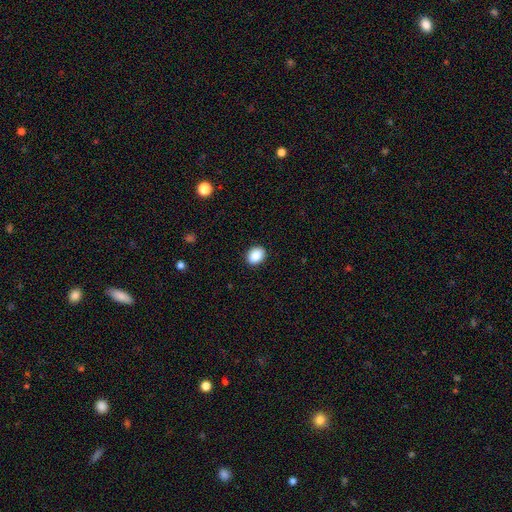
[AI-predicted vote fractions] This appears to be a smooth galaxy with no disk features (89%) that is in between round and cigar-shaped (58%). Merging: none (91%).